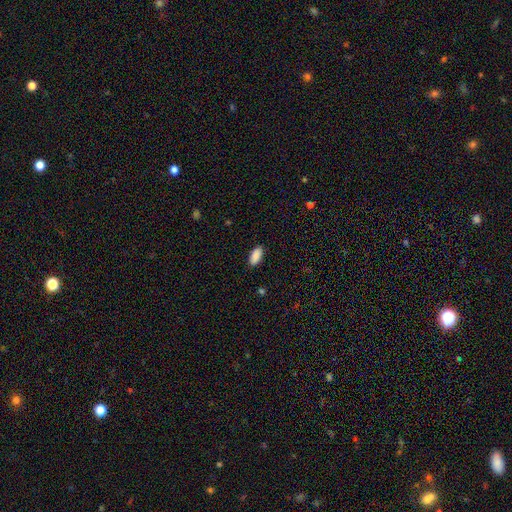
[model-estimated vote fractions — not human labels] The model was most divided on "merging": none: 88%, minor disturbance: 9%, major disturbance: 2%, merger: 1%. More confident: how rounded — in between (90%); smooth or featured — smooth (90%).